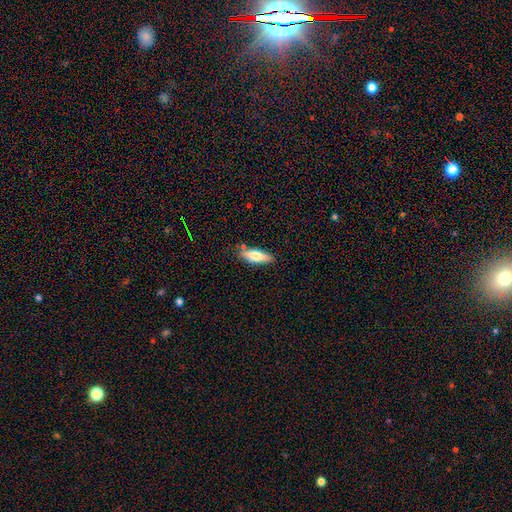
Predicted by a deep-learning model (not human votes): Smooth or featured: smooth — 71% (featured or disk — 23%)
How rounded: in between — 56% (cigar-shaped — 41%)
Merging: none — 79% (minor disturbance — 14%)